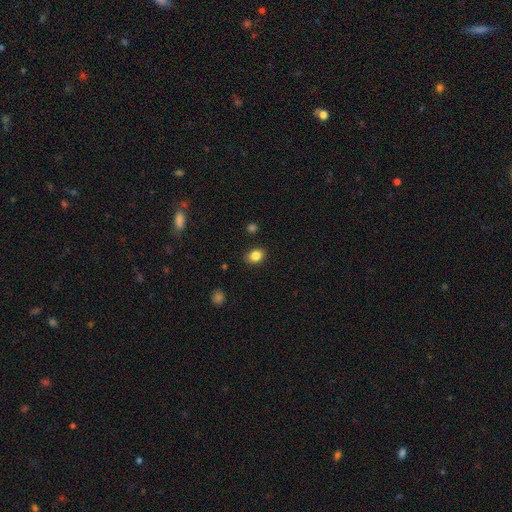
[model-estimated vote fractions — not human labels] The model was most divided on "how rounded": in between: 55%, round: 44%, cigar-shaped: 1%. More confident: smooth or featured — smooth (84%); merging — none (84%).